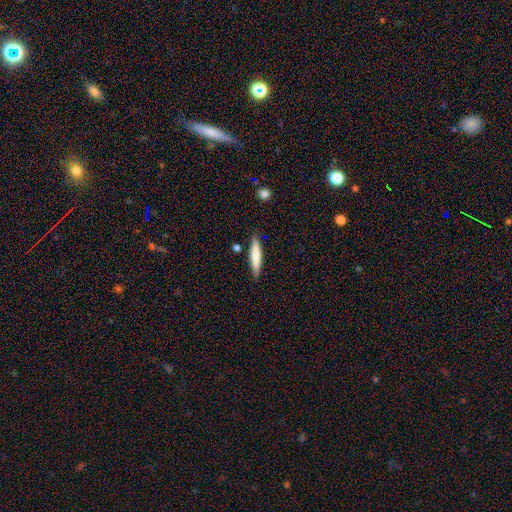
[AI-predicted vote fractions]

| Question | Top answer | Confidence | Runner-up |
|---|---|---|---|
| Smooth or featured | smooth | 74% | featured or disk (20%) |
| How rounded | cigar-shaped | 89% | in between (10%) |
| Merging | none | 86% | minor disturbance (10%) |